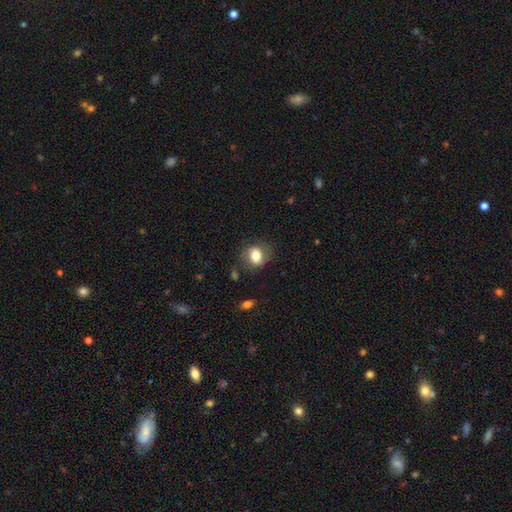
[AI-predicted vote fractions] smooth 68%, featured or disk 24%, star or artifact 8%. Down the decision tree: how rounded — in between (52%); merging — none (70%).